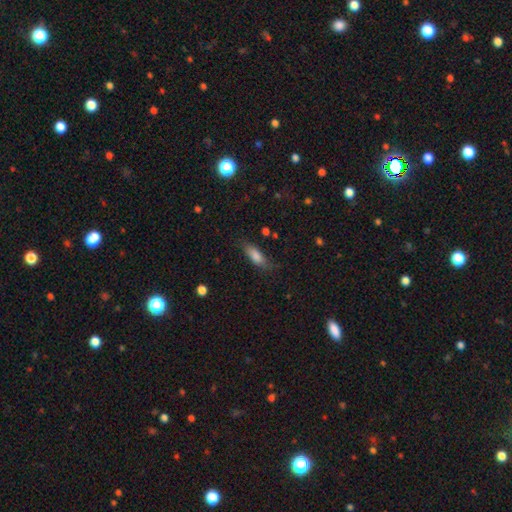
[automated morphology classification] The model was most divided on "how rounded": in between: 65%, cigar-shaped: 32%, round: 3%. More confident: smooth or featured — smooth (80%); merging — none (73%).